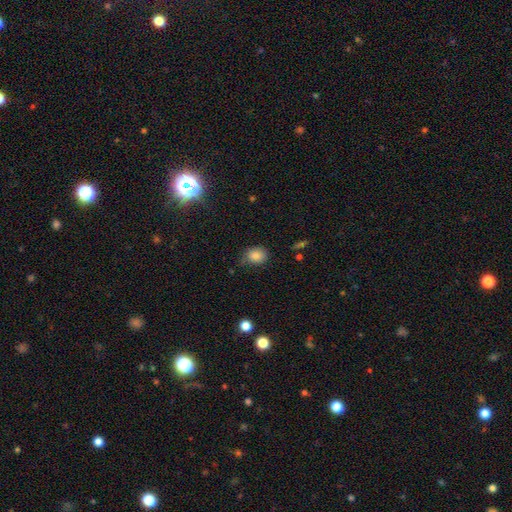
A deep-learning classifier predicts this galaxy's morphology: A smooth galaxy with no disk features (84%) that is in between round and cigar-shaped (53%).

Vote fractions:
- Smooth or featured? smooth: 84% / star or artifact: 10% / featured or disk: 6%
- How rounded? in between: 53% / round: 46% / cigar-shaped: 1%
- Merging? none: 69% / minor disturbance: 24% / major disturbance: 5% / merger: 2%